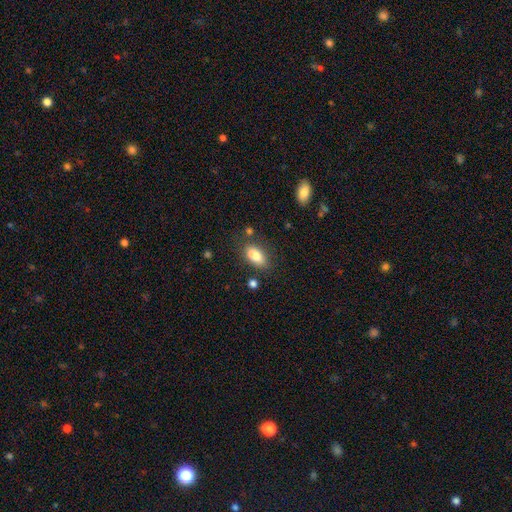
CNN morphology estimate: Smooth or featured? smooth (83%)
How rounded? in between (86%)
Merging? none (69%)